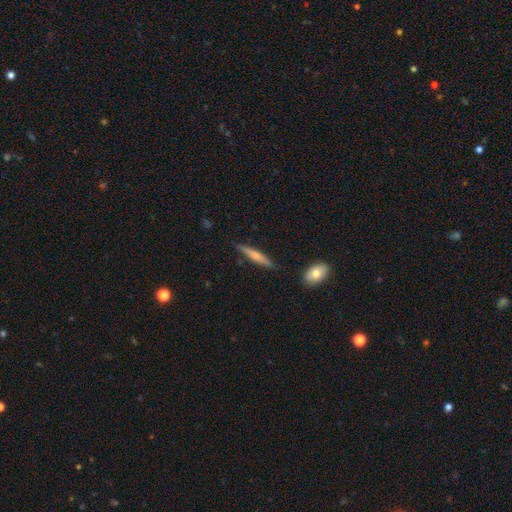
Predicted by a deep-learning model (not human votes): Smooth or featured?
  - smooth: 59% *
  - featured or disk: 35%
  - star or artifact: 6%
How rounded?
  - cigar-shaped: 90% *
  - in between: 8%
  - round: 2%
Merging?
  - none: 84% *
  - minor disturbance: 12%
  - merger: 2%
  - major disturbance: 2%